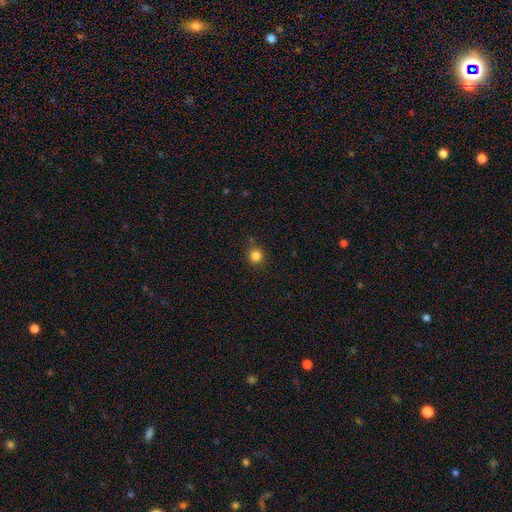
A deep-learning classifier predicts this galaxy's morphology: smooth-or-featured: smooth: 83% | star or artifact: 13% | featured or disk: 4%
  how-rounded: round: 92% | in between: 7% | cigar-shaped: 1%
  merging: none: 86% | minor disturbance: 9% | merger: 2% | major disturbance: 2%